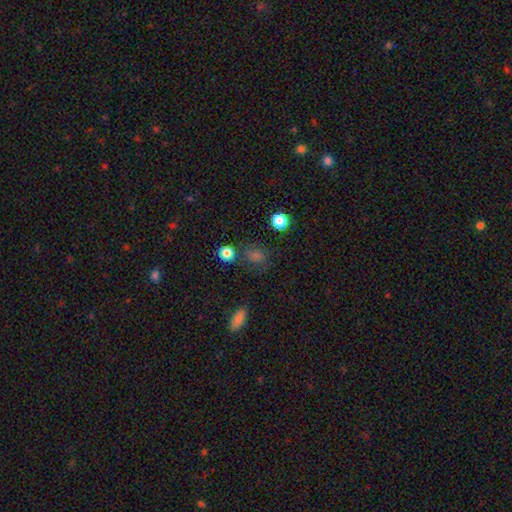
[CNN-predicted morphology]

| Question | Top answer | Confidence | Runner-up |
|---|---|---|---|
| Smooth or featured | smooth | 67% | star or artifact (25%) |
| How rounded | round | 62% | in between (36%) |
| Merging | none | 72% | minor disturbance (15%) |